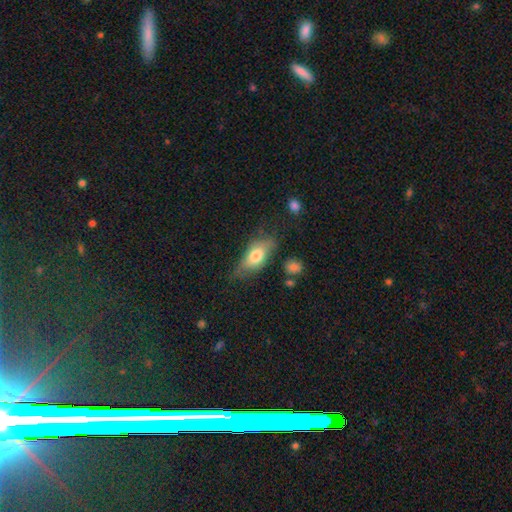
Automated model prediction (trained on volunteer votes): Smooth or featured: smooth — 70% (featured or disk — 23%)
How rounded: in between — 83% (cigar-shaped — 13%)
Merging: none — 60% (minor disturbance — 28%)